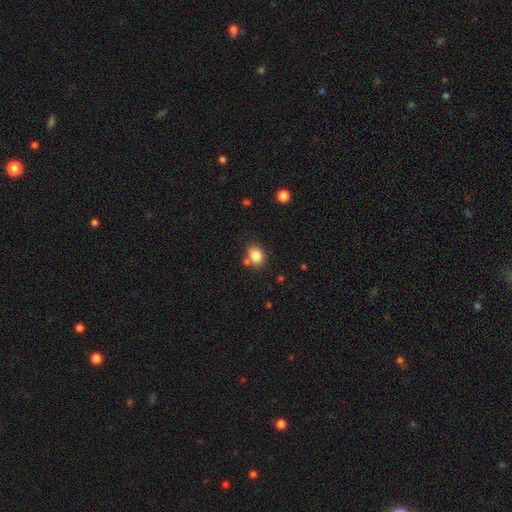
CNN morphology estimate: This is clearly a smooth galaxy (83%). How rounded: possibly in between (54%). Merging: likely none (70%).